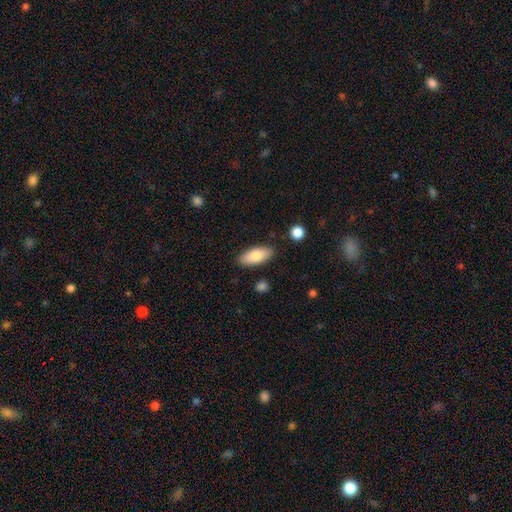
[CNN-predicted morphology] A smooth galaxy with no disk features (82%) that is in between round and cigar-shaped (84%). Merging: none (86%).